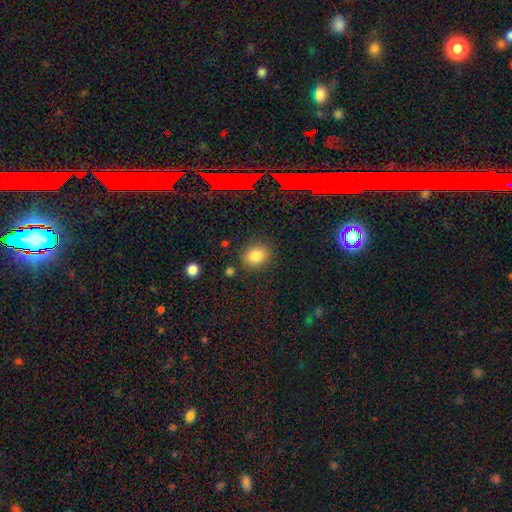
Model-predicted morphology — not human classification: Smooth or featured: smooth — 81% (star or artifact — 12%)
How rounded: round — 62% (in between — 37%)
Merging: none — 84% (minor disturbance — 10%)